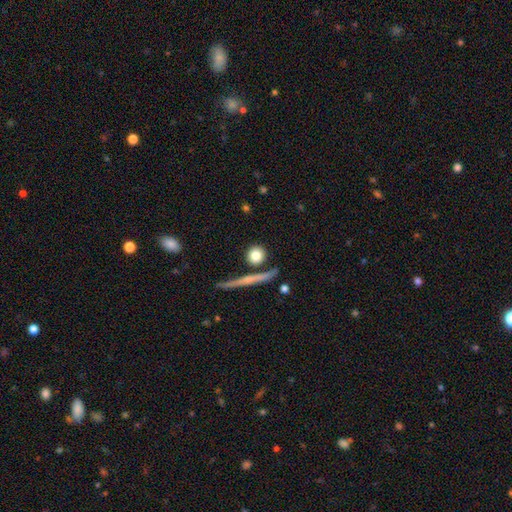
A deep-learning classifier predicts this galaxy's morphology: Q: Smooth or featured?
A: smooth (79%); runner-up: featured or disk (13%)
Q: How rounded?
A: round (85%); runner-up: in between (10%)
Q: Merging?
A: none (78%); runner-up: minor disturbance (10%)